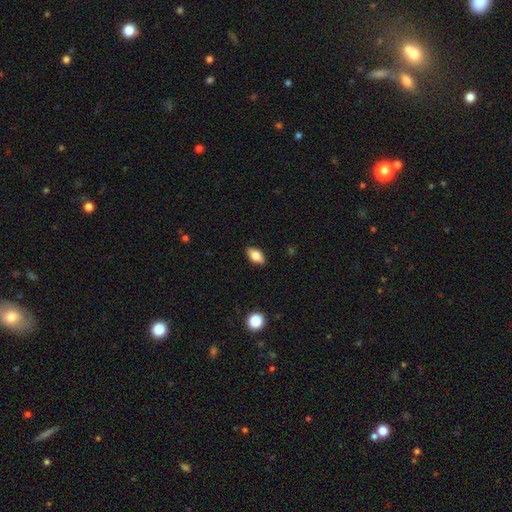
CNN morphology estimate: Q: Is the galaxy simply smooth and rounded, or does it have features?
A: smooth — 76%.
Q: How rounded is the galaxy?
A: in between — 89%.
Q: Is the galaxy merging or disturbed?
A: none — 88%.